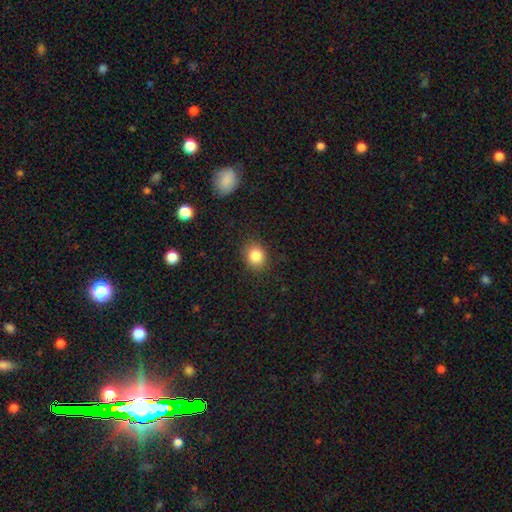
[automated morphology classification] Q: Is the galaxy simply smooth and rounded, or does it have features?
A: smooth — 84%.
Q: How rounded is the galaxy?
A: round — 67%.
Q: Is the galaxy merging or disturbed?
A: none — 87%.